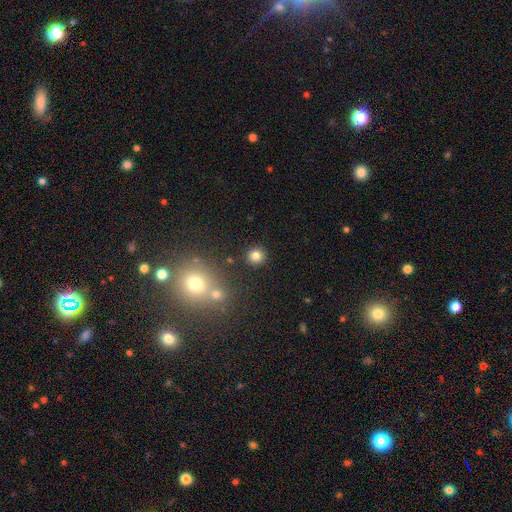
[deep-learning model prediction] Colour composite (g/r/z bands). It shows a smooth galaxy with no disk features (81%) that is round (93%). Merging: none (89%).